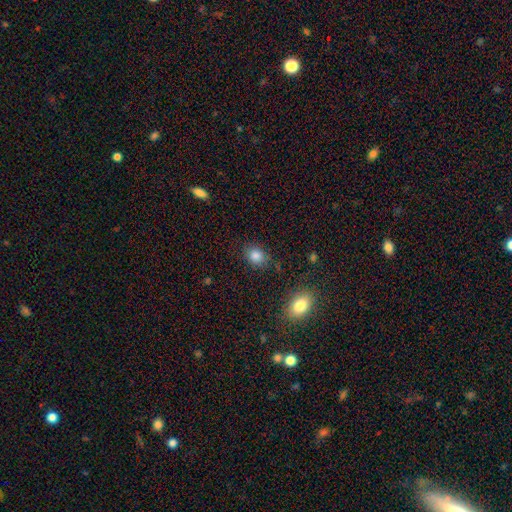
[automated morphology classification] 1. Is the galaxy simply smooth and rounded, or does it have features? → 84% smooth, 10% star or artifact, 5% featured or disk.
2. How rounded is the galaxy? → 56% round, 43% in between, 1% cigar-shaped.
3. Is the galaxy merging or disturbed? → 81% none, 13% minor disturbance, 4% major disturbance, 2% merger.